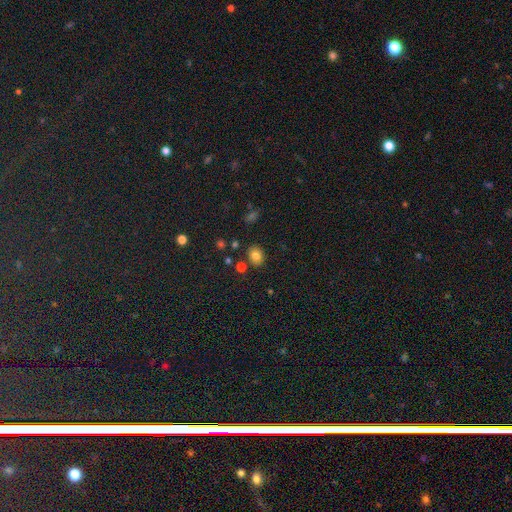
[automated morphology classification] smooth_or_featured: smooth (p=0.81) [alt: star or artifact p=0.12]
how_rounded: in between (p=0.55) [alt: round p=0.44]
merging: none (p=0.83) [alt: minor disturbance p=0.10]